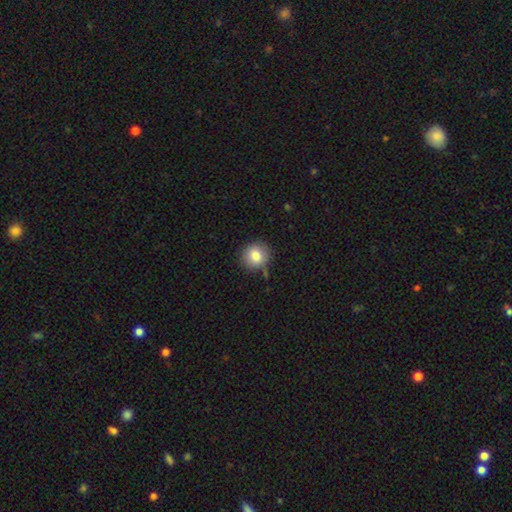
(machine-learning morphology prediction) This is clearly a smooth galaxy (83%). How rounded: clearly round (90%). Merging: clearly none (84%).